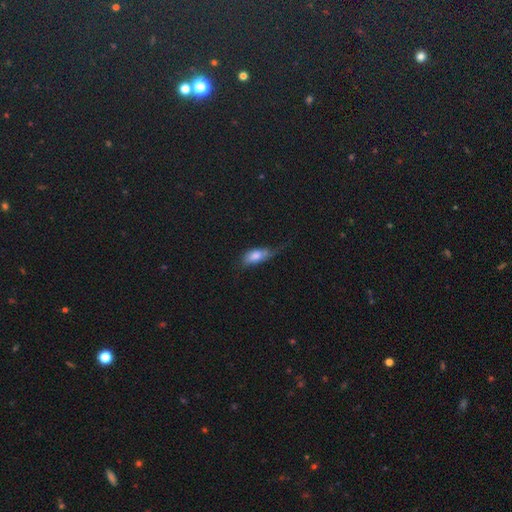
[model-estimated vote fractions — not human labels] Q: Smooth or featured?
A: smooth (74%); runner-up: featured or disk (17%)
Q: How rounded?
A: in between (82%); runner-up: cigar-shaped (14%)
Q: Merging?
A: minor disturbance (34%); runner-up: none (32%)